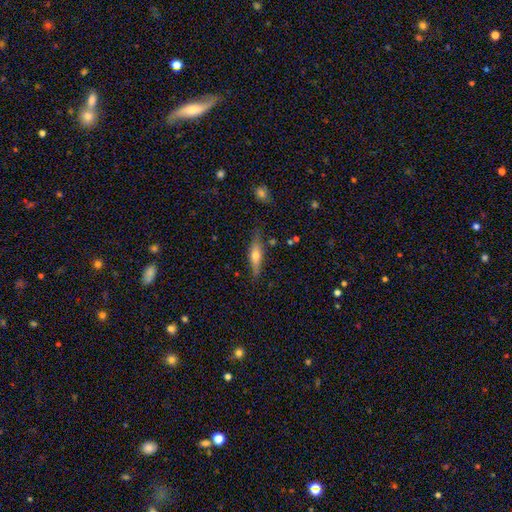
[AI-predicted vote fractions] Morphology: type=smooth (48%); merging=none (73%).